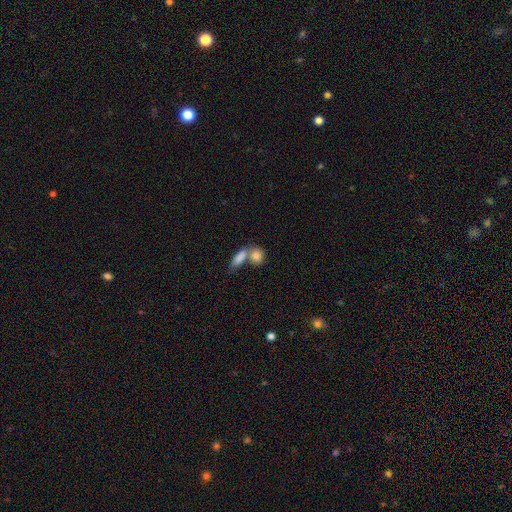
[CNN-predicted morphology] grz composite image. It shows a smooth galaxy with no disk features (71%) that is in between round and cigar-shaped (60%). Merging: merger (48%).